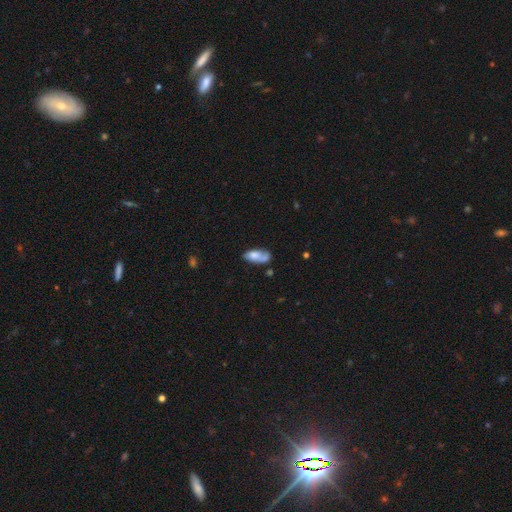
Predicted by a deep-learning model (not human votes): Smooth or featured? smooth (65%)
How rounded? in between (86%)
Merging? none (40%)